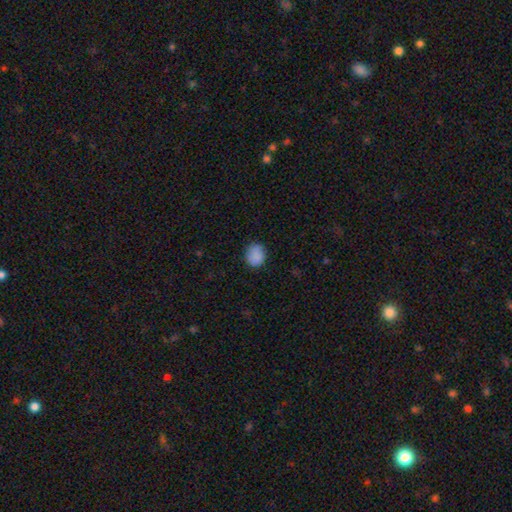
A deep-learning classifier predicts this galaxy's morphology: smooth-or-featured: smooth: 86% | star or artifact: 9% | featured or disk: 5%
  how-rounded: round: 63% | in between: 36% | cigar-shaped: 1%
  merging: none: 79% | minor disturbance: 17% | major disturbance: 3% | merger: 1%